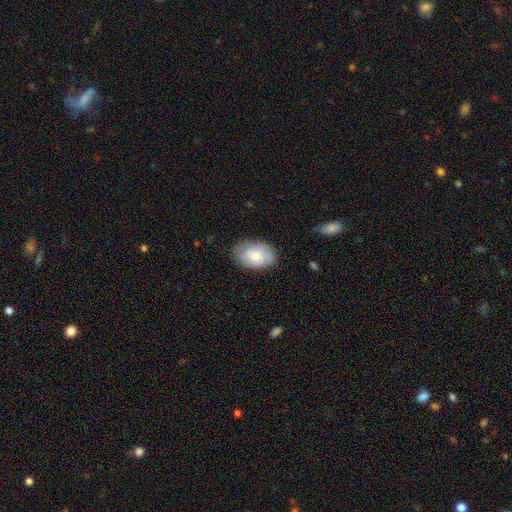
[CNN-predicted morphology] smooth 64%, featured or disk 30%, star or artifact 6%. Down the decision tree: how rounded — in between (88%); merging — none (75%).